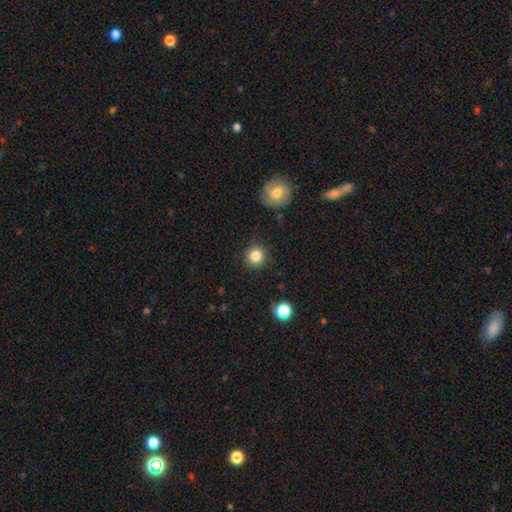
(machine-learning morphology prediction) A smooth galaxy with no disk features (85%) that is round (93%).

Vote fractions:
- Smooth or featured? smooth: 85% / star or artifact: 10% / featured or disk: 5%
- How rounded? round: 93% / in between: 6% / cigar-shaped: 1%
- Merging? none: 90% / minor disturbance: 7% / major disturbance: 2% / merger: 1%